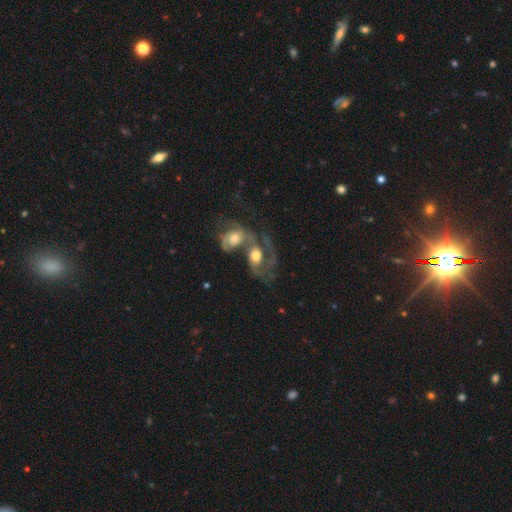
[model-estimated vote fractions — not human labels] Smooth or featured? featured or disk (73%)
Edge-on disk? no (96%)
Bar? no (69%)
Spiral arms? yes (86%)
Spiral winding? medium (45%)
Spiral arm count? 2 (59%)
Bulge size? moderate (58%)
Merging? merger (76%)